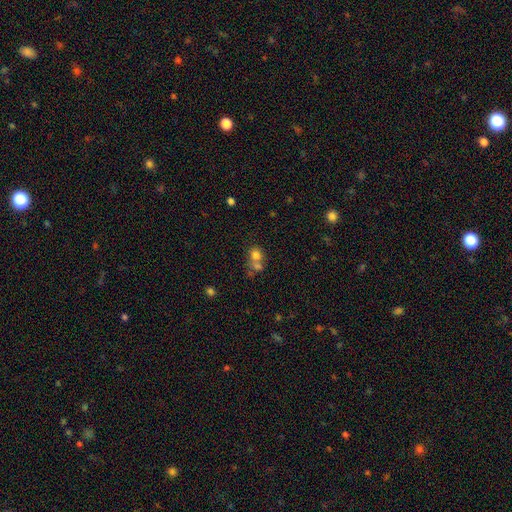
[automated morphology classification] Smooth or featured? Predicted: smooth (p=0.73). How rounded? Predicted: round (p=0.71). Merging? Predicted: merger (p=0.54).